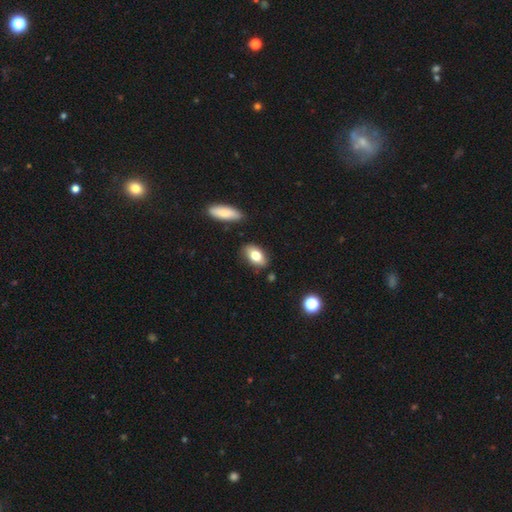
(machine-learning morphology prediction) The model was most divided on "smooth or featured": smooth: 78%, featured or disk: 14%, star or artifact: 8%. More confident: how rounded — in between (89%); merging — none (82%).